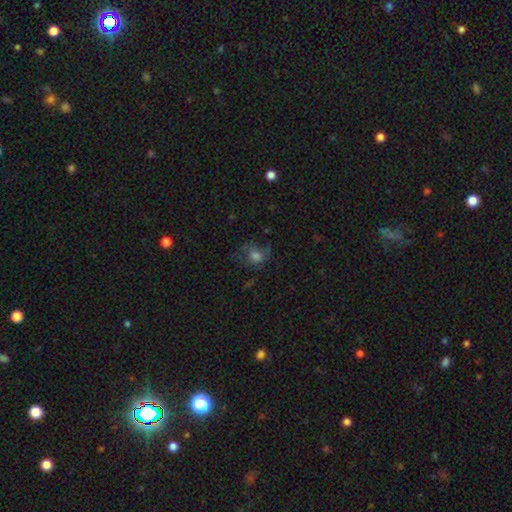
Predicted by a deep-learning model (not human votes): Smooth or featured: smooth — 52% (featured or disk — 28%)
How rounded: round — 61% (in between — 37%)
Merging: none — 48% (major disturbance — 29%)